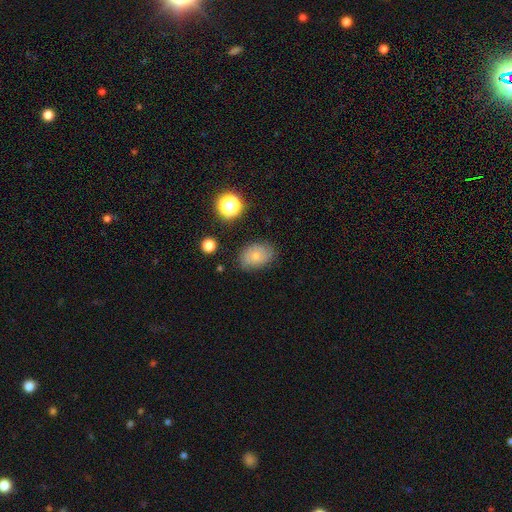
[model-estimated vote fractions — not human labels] This appears to be a smooth galaxy with no disk features (56%) that is in between round and cigar-shaped (73%). Merging: none (75%).